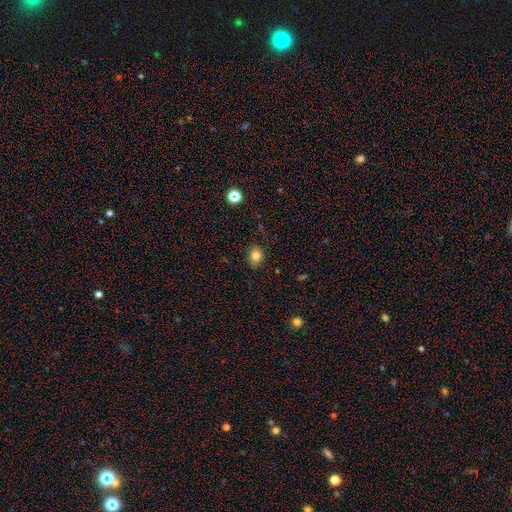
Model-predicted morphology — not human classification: The model was most divided on "how rounded": in between: 62%, round: 37%, cigar-shaped: 1%. More confident: merging — none (85%); smooth or featured — smooth (81%).